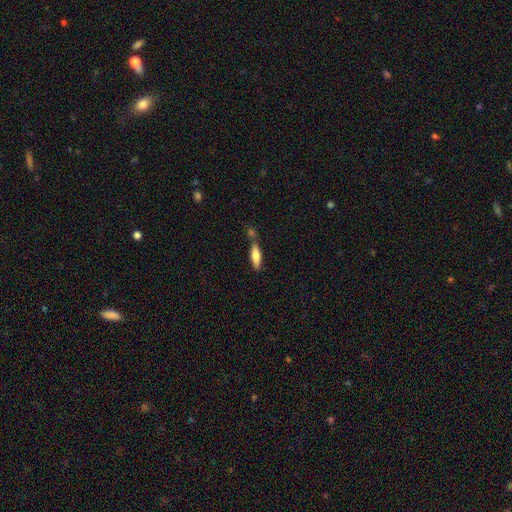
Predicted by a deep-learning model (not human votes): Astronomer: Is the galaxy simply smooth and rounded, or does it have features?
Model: smooth — 70%.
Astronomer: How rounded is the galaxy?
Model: cigar-shaped — 60% (runner-up: in between, 38%).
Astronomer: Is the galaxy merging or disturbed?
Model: none — 51%.